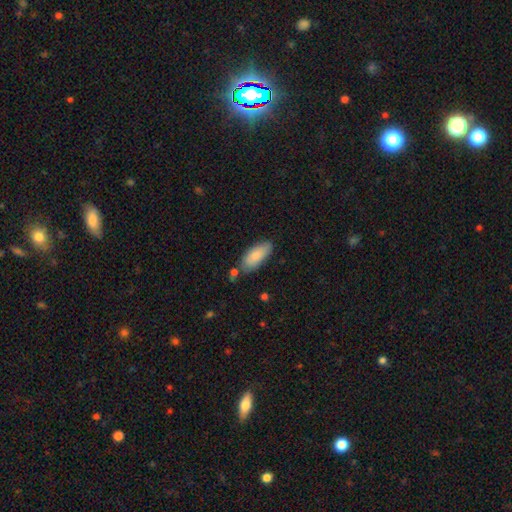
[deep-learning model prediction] Smooth or featured? Predicted: smooth (p=0.83). How rounded? Predicted: in between (p=0.84). Merging? Predicted: none (p=0.71).